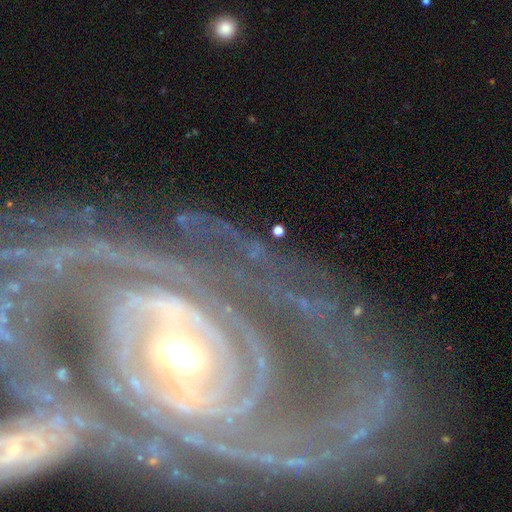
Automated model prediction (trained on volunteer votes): Q: Smooth or featured?
A: featured or disk (90%); runner-up: star or artifact (5%)
Q: Edge-on disk?
A: no (96%); runner-up: yes (4%)
Q: Bar?
A: no (43%); runner-up: strong (29%)
Q: Spiral arms?
A: yes (95%); runner-up: no (5%)
Q: Spiral winding?
A: tight (73%); runner-up: medium (20%)
Q: Spiral arm count?
A: 2 (27%); runner-up: can't tell (24%)
Q: Bulge size?
A: moderate (60%); runner-up: small (31%)
Q: Merging?
A: none (69%); runner-up: minor disturbance (15%)